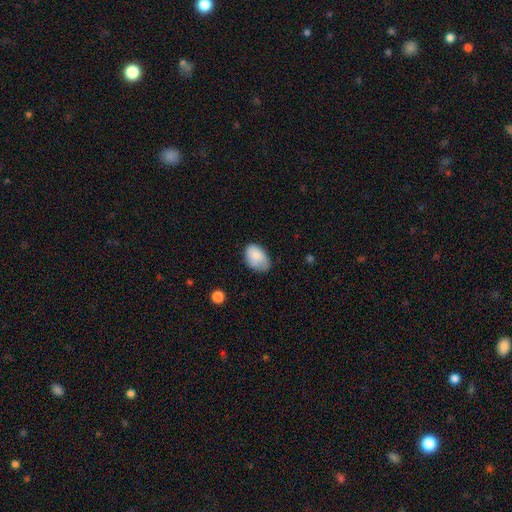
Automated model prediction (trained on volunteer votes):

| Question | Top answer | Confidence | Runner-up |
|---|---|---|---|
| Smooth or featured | smooth | 84% | featured or disk (9%) |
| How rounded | in between | 89% | round (10%) |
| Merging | none | 55% | minor disturbance (35%) |